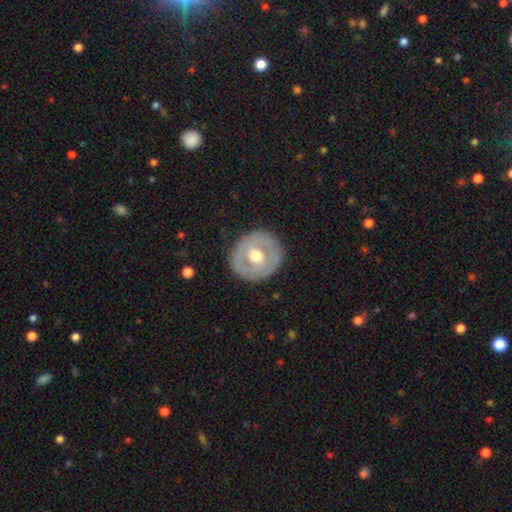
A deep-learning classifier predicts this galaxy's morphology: Q: Smooth or featured?
A: featured or disk (57%); runner-up: smooth (37%)
Q: Edge-on disk?
A: no (95%); runner-up: yes (5%)
Q: Bar?
A: no (63%); runner-up: weak (27%)
Q: Spiral arms?
A: no (76%); runner-up: yes (24%)
Q: Bulge size?
A: moderate (78%); runner-up: large (13%)
Q: Merging?
A: none (85%); runner-up: minor disturbance (10%)